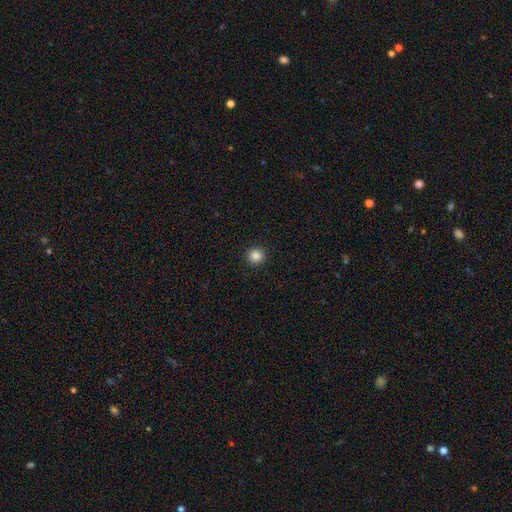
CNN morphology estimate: This is clearly a smooth galaxy (85%). How rounded: clearly round (95%). Merging: clearly none (93%).